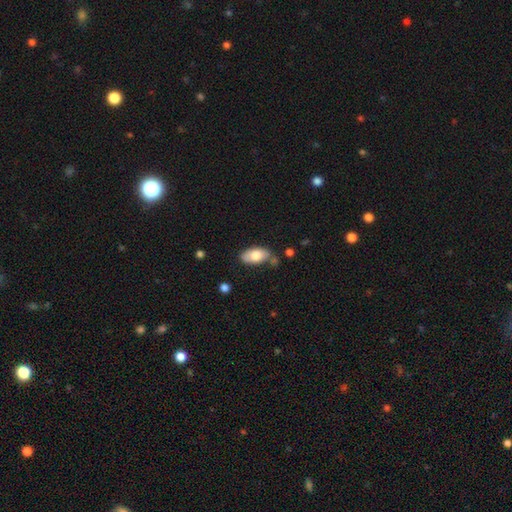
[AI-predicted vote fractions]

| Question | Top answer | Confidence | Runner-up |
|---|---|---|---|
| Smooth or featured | smooth | 76% | featured or disk (17%) |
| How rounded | in between | 93% | cigar-shaped (4%) |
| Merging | none | 68% | minor disturbance (19%) |